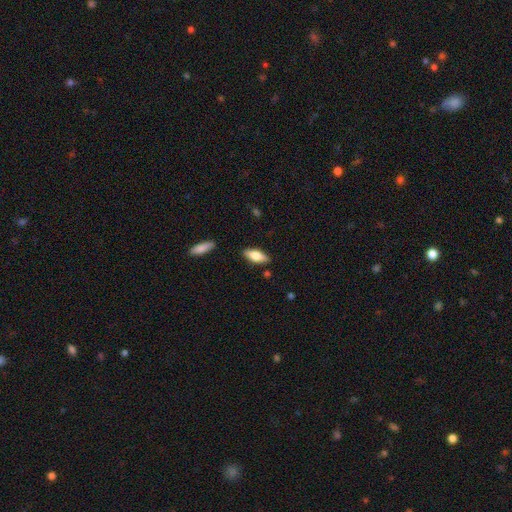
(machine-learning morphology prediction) A smooth galaxy with no disk features (68%) that is in between round and cigar-shaped (75%).

Vote fractions:
- Smooth or featured? smooth: 68% / featured or disk: 26% / star or artifact: 6%
- How rounded? in between: 75% / cigar-shaped: 23% / round: 2%
- Merging? none: 85% / minor disturbance: 10% / merger: 2% / major disturbance: 2%